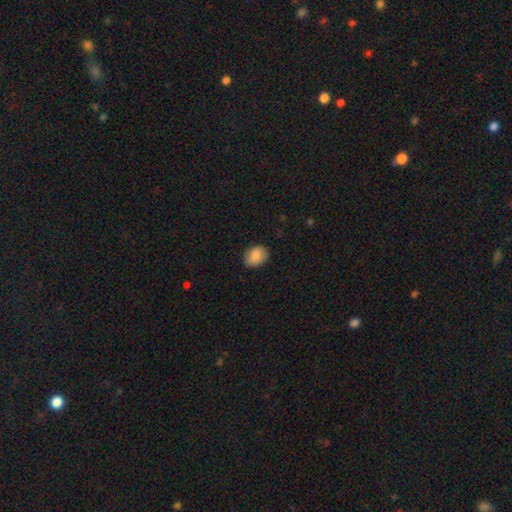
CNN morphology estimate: Overall: smooth (87%). How rounded: in between (58%; round 41%). Merging: none (84%).